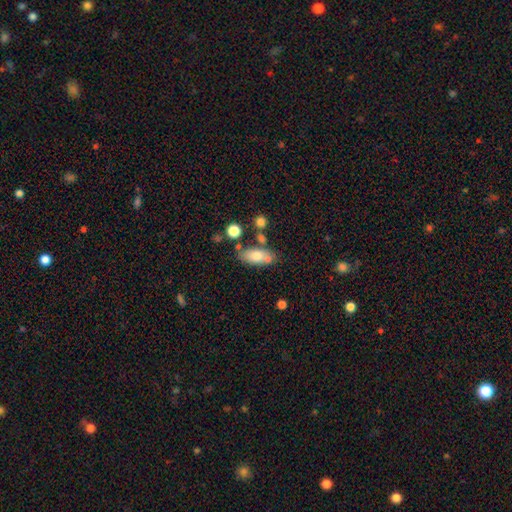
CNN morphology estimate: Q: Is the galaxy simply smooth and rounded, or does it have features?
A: smooth — 73%.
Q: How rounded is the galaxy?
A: in between — 85%.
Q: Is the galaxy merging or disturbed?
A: none — 61%.